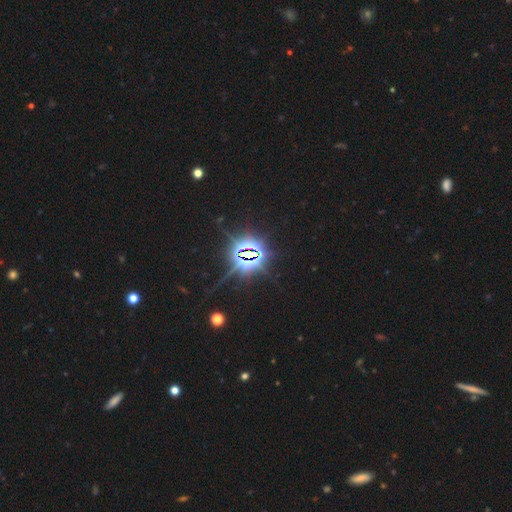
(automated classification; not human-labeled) star or artifact 86%, featured or disk 8%, smooth 6%.